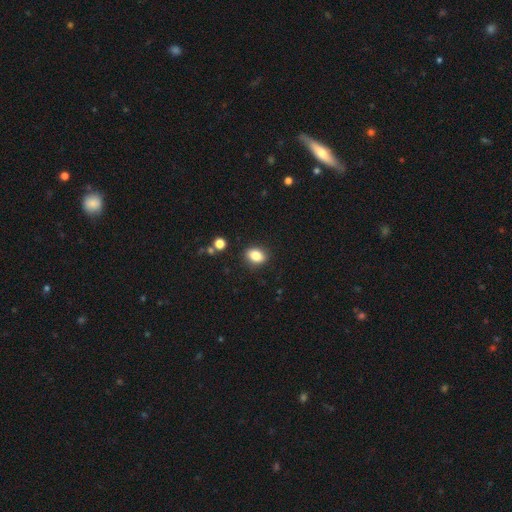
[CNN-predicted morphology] Smooth or featured?
  - smooth: 84% *
  - star or artifact: 10%
  - featured or disk: 6%
How rounded?
  - in between: 72% *
  - round: 27%
  - cigar-shaped: 2%
Merging?
  - none: 86% *
  - minor disturbance: 9%
  - major disturbance: 2%
  - merger: 2%